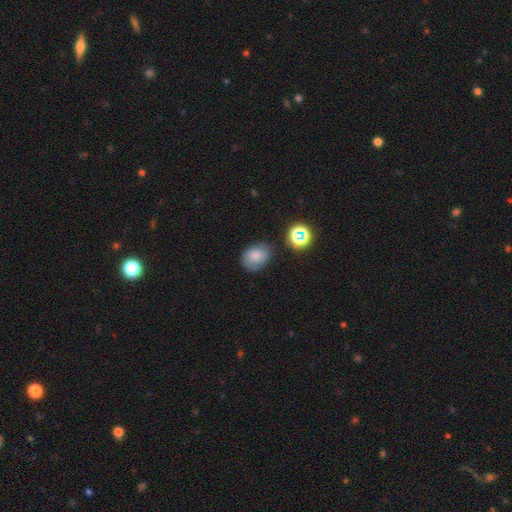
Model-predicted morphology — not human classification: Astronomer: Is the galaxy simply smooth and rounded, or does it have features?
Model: smooth — 77%.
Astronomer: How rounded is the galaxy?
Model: in between — 65%.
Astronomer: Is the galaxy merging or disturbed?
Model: none — 70%.